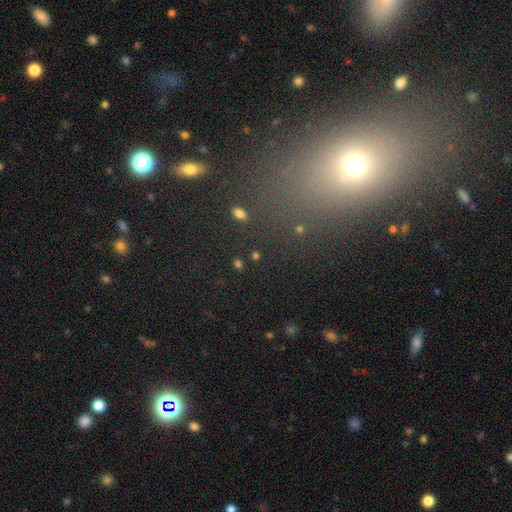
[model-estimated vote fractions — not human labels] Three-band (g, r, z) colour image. It shows a smooth galaxy with no disk features (44%). Merging: none (76%).